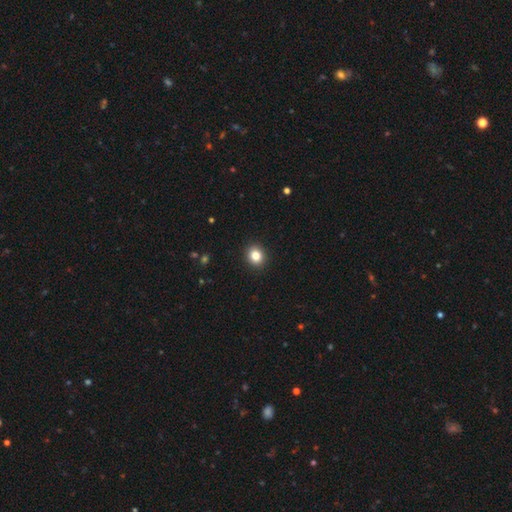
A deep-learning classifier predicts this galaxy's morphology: Smooth or featured? Predicted: smooth (p=0.83). How rounded? Predicted: round (p=0.77). Merging? Predicted: none (p=0.92).